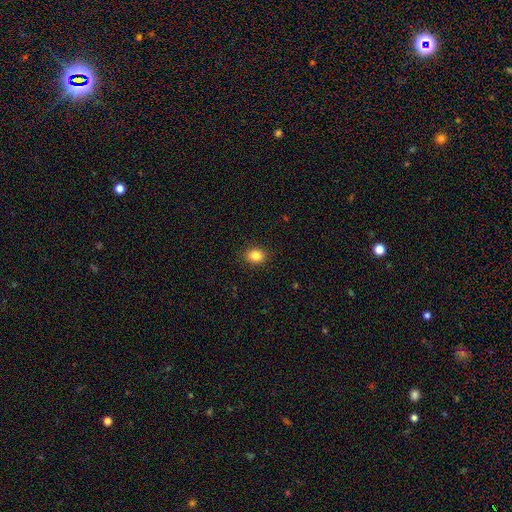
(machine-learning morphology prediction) Overall: smooth (84%). How rounded: in between (54%; round 45%). Merging: none (90%).